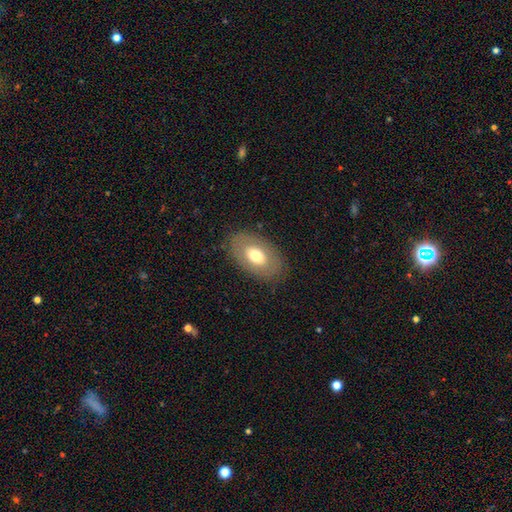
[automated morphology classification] Q: Smooth or featured?
A: smooth (64%); runner-up: featured or disk (29%)
Q: How rounded?
A: in between (90%); runner-up: round (9%)
Q: Merging?
A: none (84%); runner-up: minor disturbance (11%)